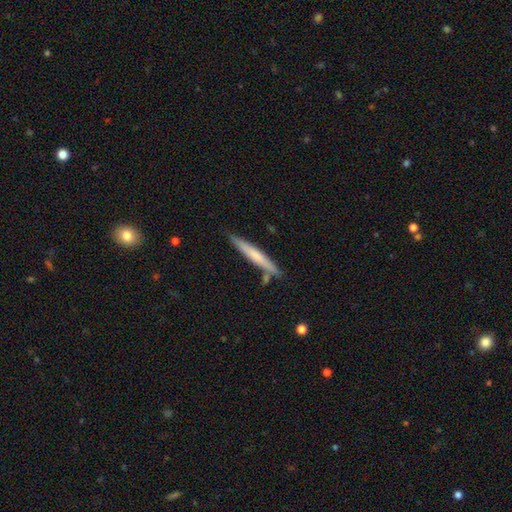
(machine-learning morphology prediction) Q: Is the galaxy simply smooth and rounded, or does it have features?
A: smooth — 57%.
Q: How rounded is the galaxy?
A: cigar-shaped — 95%.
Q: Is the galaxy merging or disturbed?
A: none — 82%.